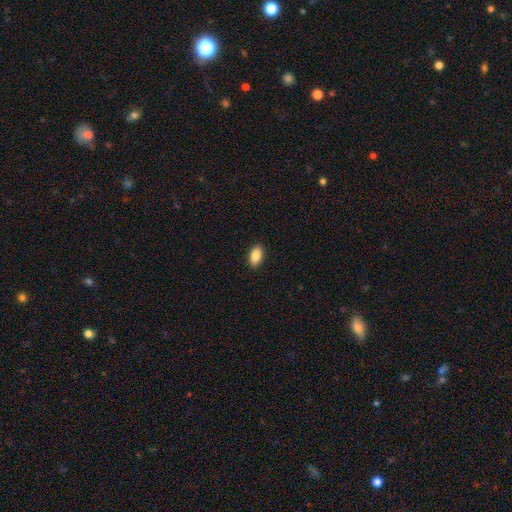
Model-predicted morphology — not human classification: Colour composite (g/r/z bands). It shows a smooth galaxy with no disk features (87%) that is in between round and cigar-shaped (92%). Merging: none (90%).